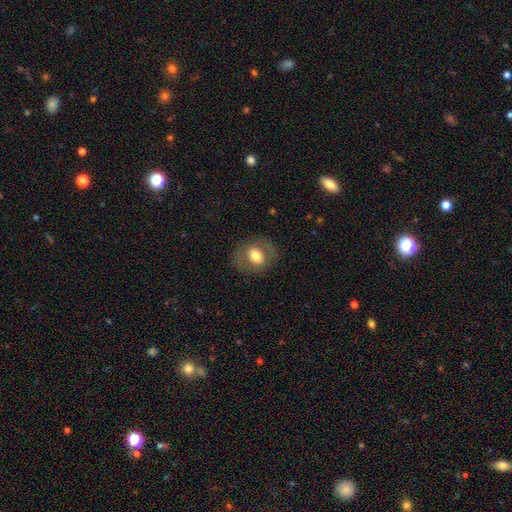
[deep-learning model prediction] Smooth or featured? Predicted: smooth (p=0.62). How rounded? Predicted: in between (p=0.50). Merging? Predicted: none (p=0.80).